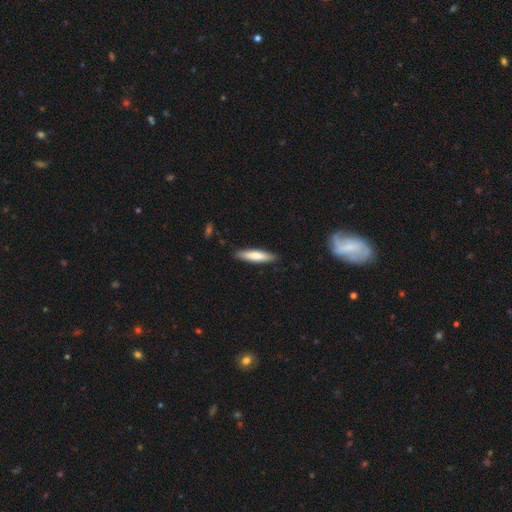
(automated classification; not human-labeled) smooth_or_featured: smooth (p=0.75) [alt: featured or disk p=0.20]
how_rounded: cigar-shaped (p=0.80) [alt: in between p=0.19]
merging: none (p=0.89) [alt: minor disturbance p=0.09]